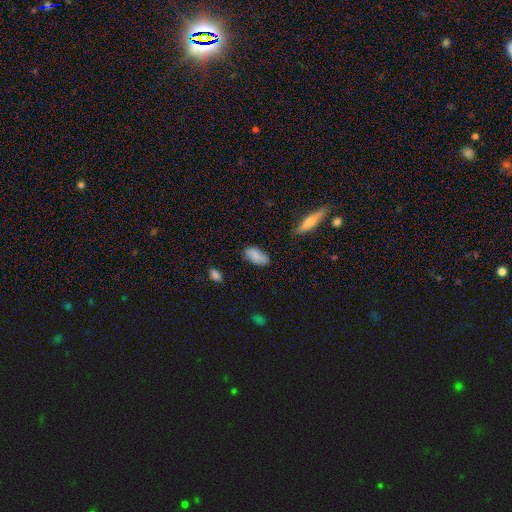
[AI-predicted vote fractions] A smooth galaxy with no disk features (81%) that is in between round and cigar-shaped (92%). Merging: none (73%).